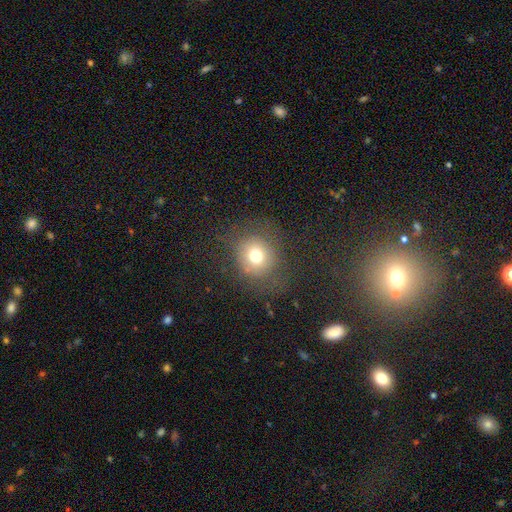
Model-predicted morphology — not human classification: A smooth galaxy with no disk features (72%) that is round (82%). Merging: none (74%).